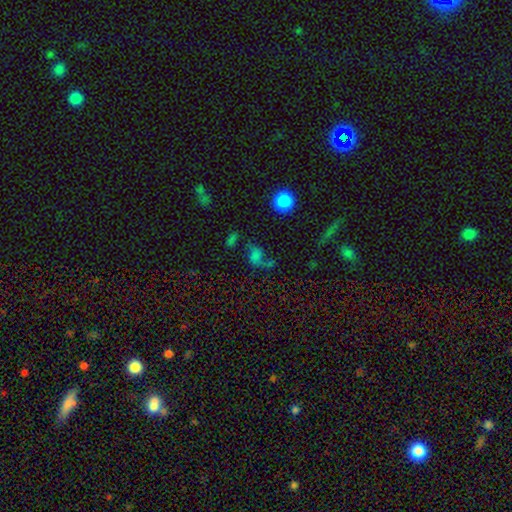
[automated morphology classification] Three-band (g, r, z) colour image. It shows a smooth galaxy with no disk features (49%). Merging: none (39%).